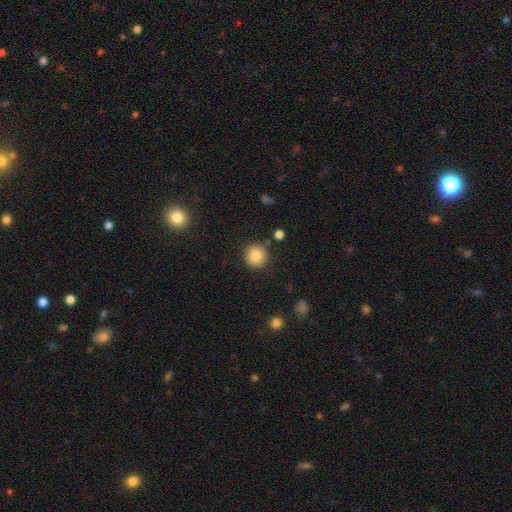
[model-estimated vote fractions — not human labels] Q: Smooth or featured?
A: smooth (84%); runner-up: star or artifact (10%)
Q: How rounded?
A: round (95%); runner-up: in between (4%)
Q: Merging?
A: none (89%); runner-up: minor disturbance (7%)